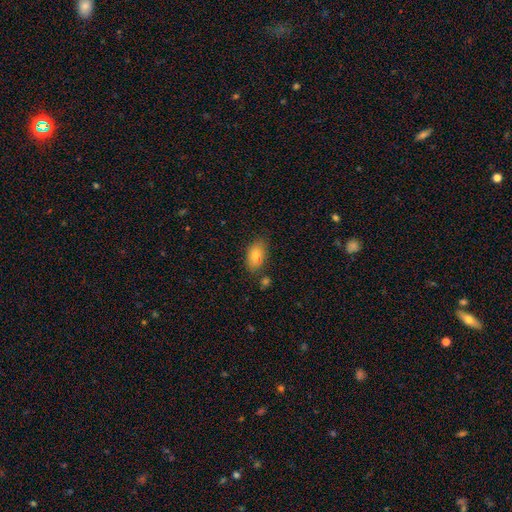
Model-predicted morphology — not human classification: Q: Smooth or featured?
A: smooth (79%); runner-up: featured or disk (12%)
Q: How rounded?
A: in between (90%); runner-up: round (7%)
Q: Merging?
A: none (74%); runner-up: minor disturbance (18%)